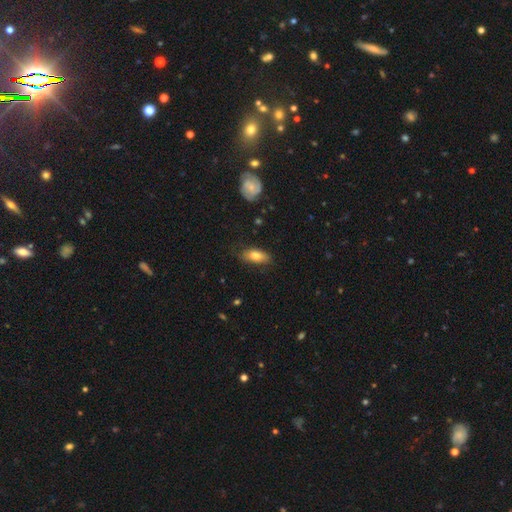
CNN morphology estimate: Overall: smooth (74%). How rounded: in between (82%). Merging: none (71%).